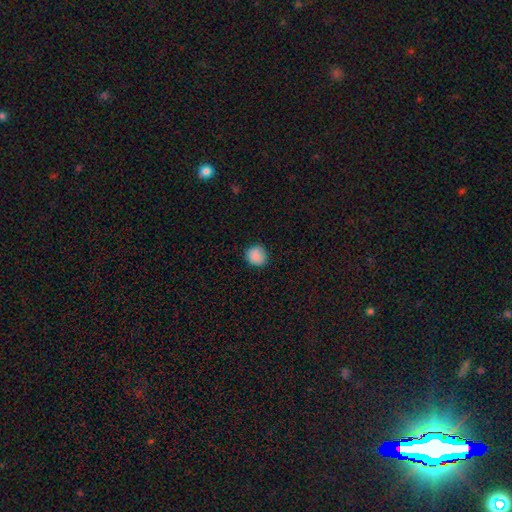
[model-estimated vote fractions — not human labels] Smooth or featured: smooth — 86% (star or artifact — 9%)
How rounded: round — 89% (in between — 10%)
Merging: none — 85% (minor disturbance — 11%)